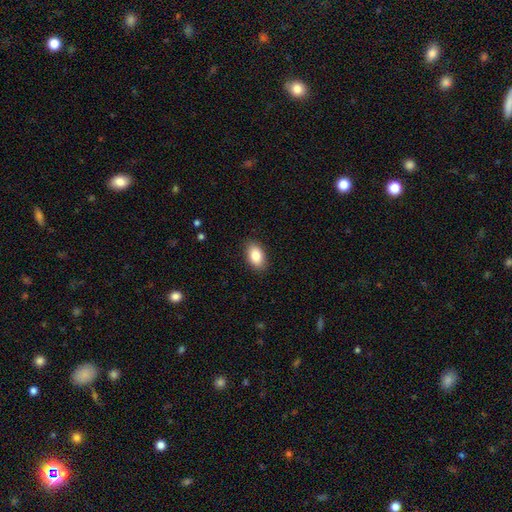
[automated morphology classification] smooth 85%, featured or disk 8%, star or artifact 7%. Down the decision tree: how rounded — in between (91%); merging — none (88%).